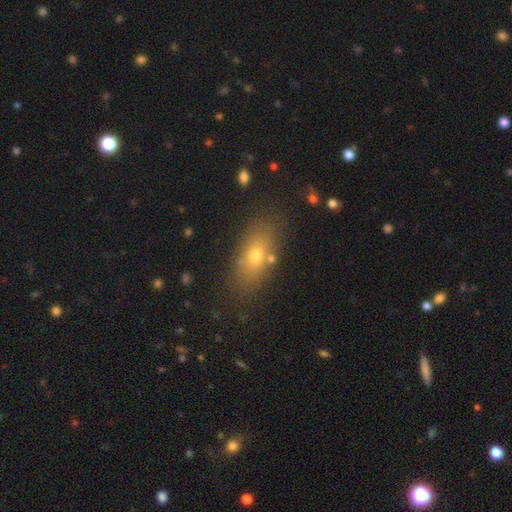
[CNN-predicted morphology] smooth 65%, featured or disk 20%, star or artifact 15%. Down the decision tree: how rounded — in between (74%); merging — none (80%).